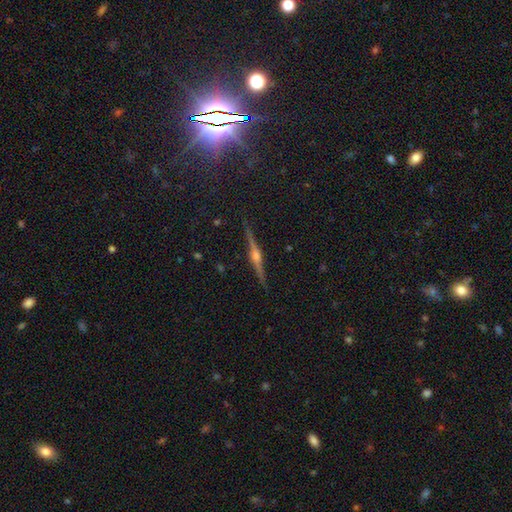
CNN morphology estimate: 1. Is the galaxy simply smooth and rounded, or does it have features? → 85% featured or disk, 8% star or artifact, 7% smooth.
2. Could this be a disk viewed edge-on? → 98% yes, 2% no.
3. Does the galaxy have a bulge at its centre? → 94% rounded, 4% boxy, 3% none.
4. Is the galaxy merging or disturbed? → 92% none, 6% minor disturbance, 1% major disturbance, 1% merger.